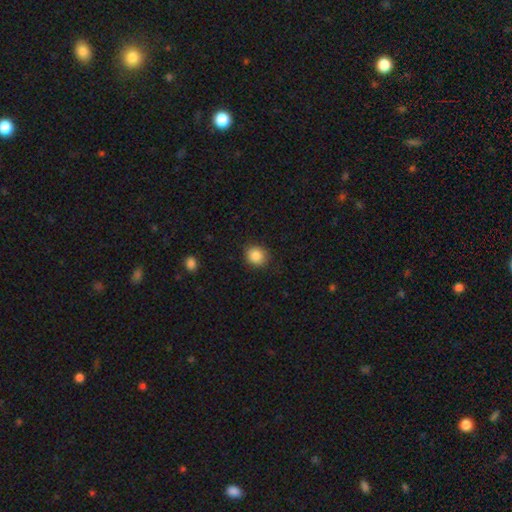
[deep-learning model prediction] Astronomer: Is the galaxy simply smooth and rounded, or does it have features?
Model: smooth — 87%.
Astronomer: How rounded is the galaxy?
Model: round — 81%.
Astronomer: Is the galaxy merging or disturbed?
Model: none — 86%.